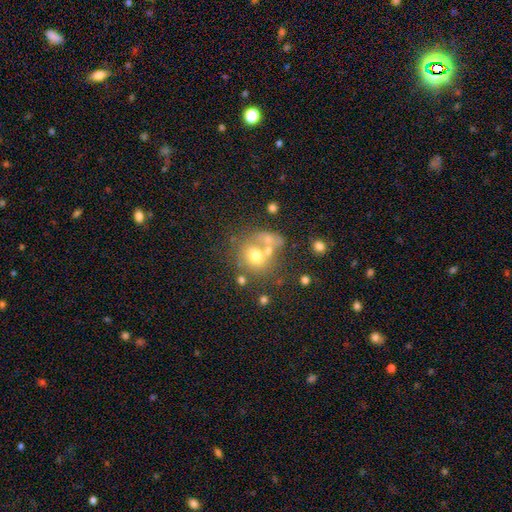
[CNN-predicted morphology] Overall: smooth (60%; featured or disk 25%). How rounded: round (67%; in between 32%). Merging: none (40%; merger 39%).